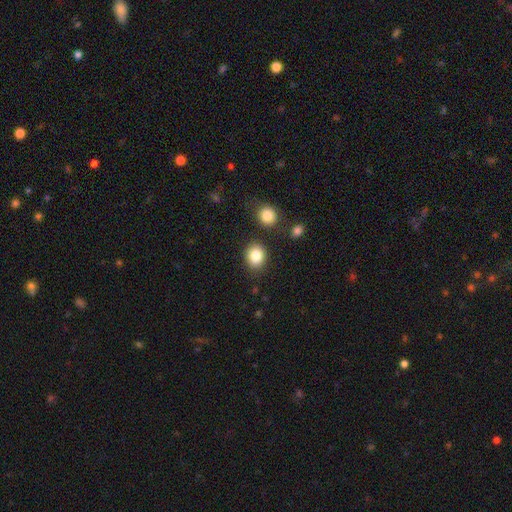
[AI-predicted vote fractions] smooth 84%, star or artifact 9%, featured or disk 6%. Down the decision tree: how rounded — round (63%); merging — none (82%).